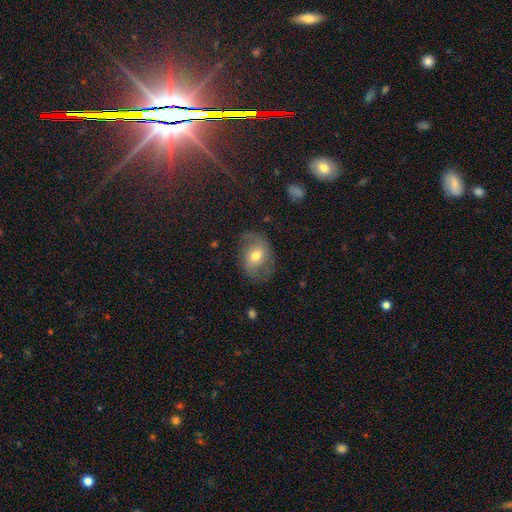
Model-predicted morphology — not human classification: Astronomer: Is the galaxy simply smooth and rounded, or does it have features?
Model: featured or disk — 53% (runner-up: smooth, 36%).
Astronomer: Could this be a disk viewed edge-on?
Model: no — 95%.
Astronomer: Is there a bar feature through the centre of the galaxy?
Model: no — 53% (runner-up: weak, 34%).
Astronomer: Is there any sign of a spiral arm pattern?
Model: yes — 76%.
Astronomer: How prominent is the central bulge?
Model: moderate — 68%.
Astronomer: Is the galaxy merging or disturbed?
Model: none — 68%.